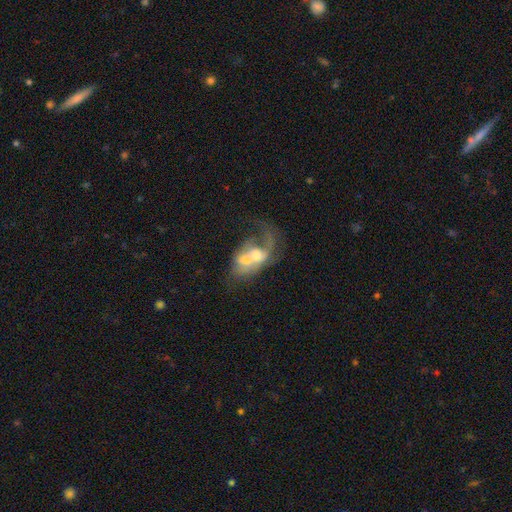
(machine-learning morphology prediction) featured or disk 59%, smooth 33%, star or artifact 8%. Down the decision tree: edge-on disk — no (96%); bar — no (73%); spiral arms — yes (54%); bulge size — moderate (59%); merging — merger (72%).